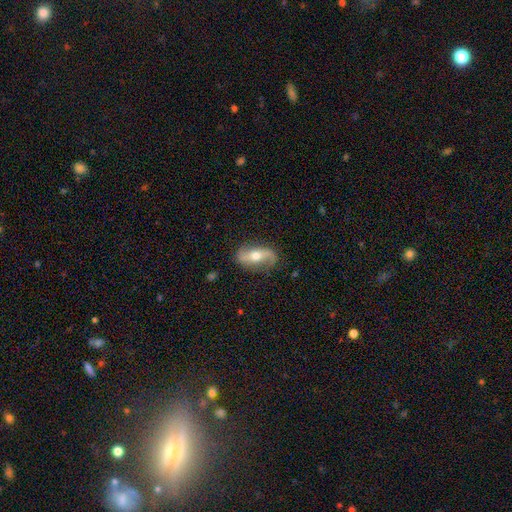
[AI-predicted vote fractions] Q: Smooth or featured?
A: featured or disk (70%); runner-up: smooth (24%)
Q: Edge-on disk?
A: no (87%); runner-up: yes (13%)
Q: Bar?
A: no (42%); runner-up: strong (29%)
Q: Spiral arms?
A: yes (86%); runner-up: no (14%)
Q: Spiral winding?
A: loose (75%); runner-up: medium (17%)
Q: Spiral arm count?
A: 2 (89%); runner-up: 1 (5%)
Q: Bulge size?
A: moderate (71%); runner-up: small (21%)
Q: Merging?
A: none (79%); runner-up: minor disturbance (15%)